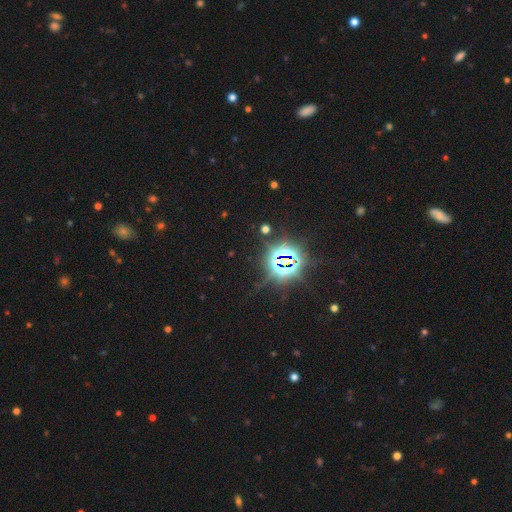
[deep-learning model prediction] smooth_or_featured: star or artifact (p=0.83) [alt: smooth p=0.10]